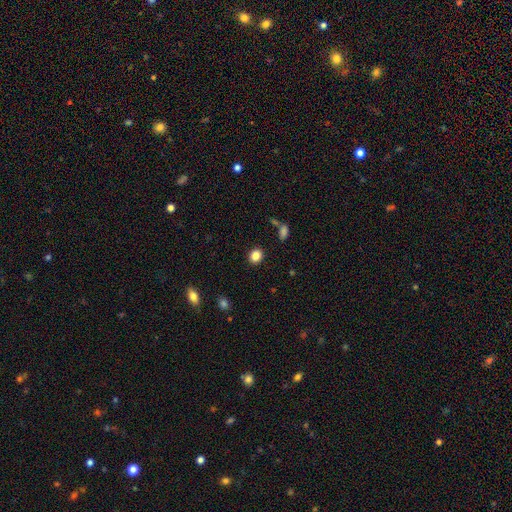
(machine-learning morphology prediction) A smooth galaxy with no disk features (85%) that is round (62%). Merging: none (88%).